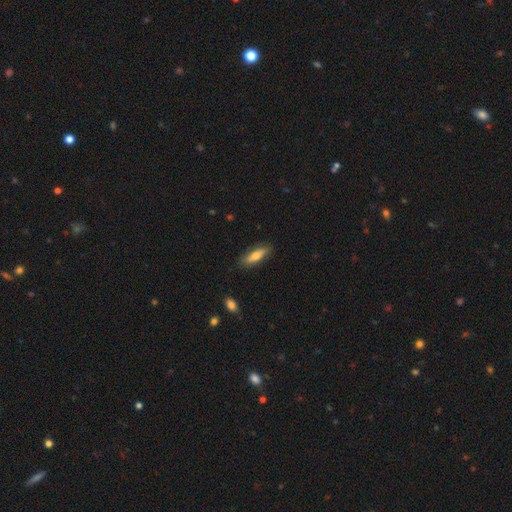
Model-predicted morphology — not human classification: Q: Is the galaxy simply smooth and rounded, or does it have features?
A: smooth — 66%.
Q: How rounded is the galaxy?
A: cigar-shaped — 55%.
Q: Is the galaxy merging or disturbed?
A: none — 84%.